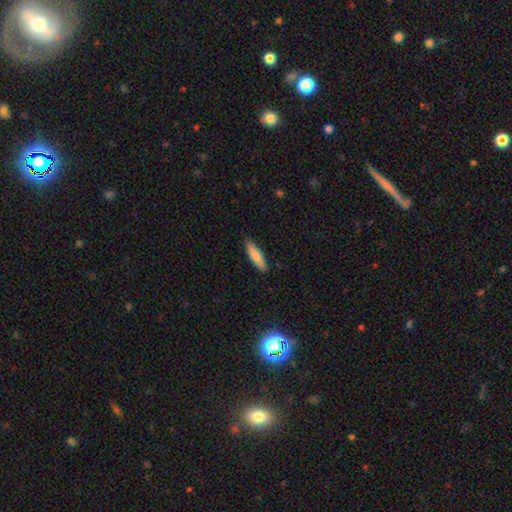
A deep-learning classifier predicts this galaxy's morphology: Smooth or featured: smooth — 83% (featured or disk — 12%)
How rounded: cigar-shaped — 72% (in between — 26%)
Merging: none — 87% (minor disturbance — 10%)